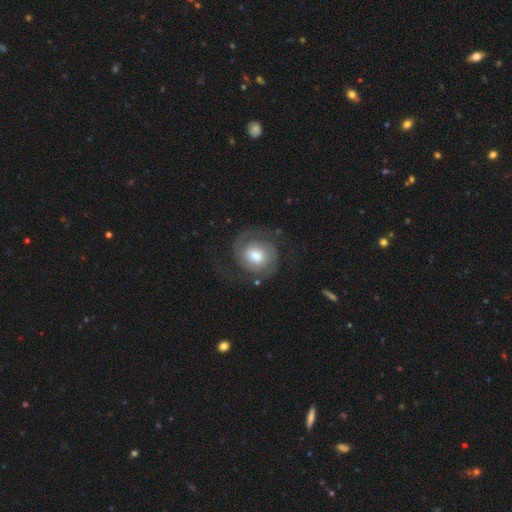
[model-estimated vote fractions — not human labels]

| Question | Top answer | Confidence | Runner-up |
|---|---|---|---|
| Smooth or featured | featured or disk | 81% | smooth (13%) |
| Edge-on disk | no | 98% | yes (2%) |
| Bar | no | 59% | weak (34%) |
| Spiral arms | yes | 96% | no (4%) |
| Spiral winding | tight | 47% | medium (39%) |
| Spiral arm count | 2 | 87% | can't tell (5%) |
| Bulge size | moderate | 56% | large (28%) |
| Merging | none | 74% | minor disturbance (13%) |